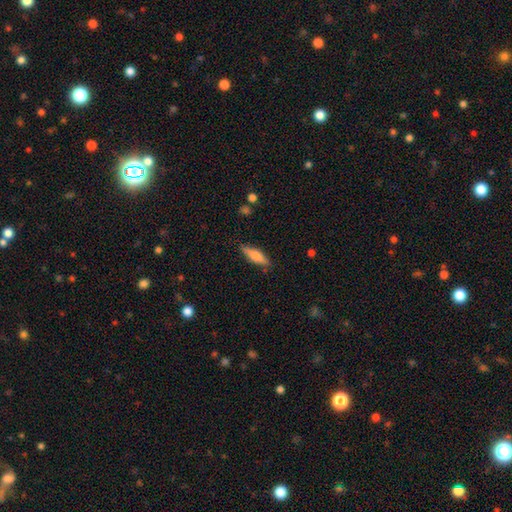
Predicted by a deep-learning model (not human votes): Overall: smooth (72%). How rounded: cigar-shaped (56%; in between 42%). Merging: none (82%).